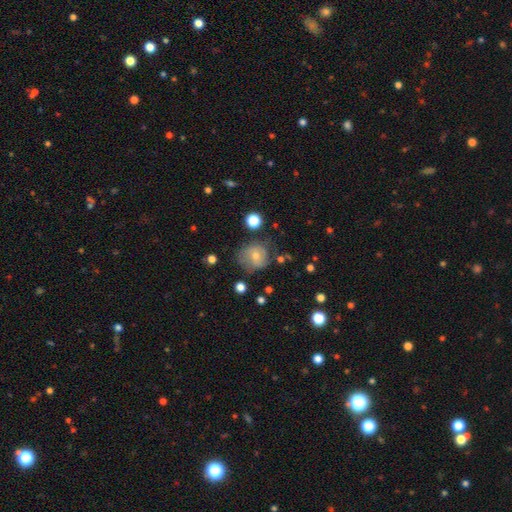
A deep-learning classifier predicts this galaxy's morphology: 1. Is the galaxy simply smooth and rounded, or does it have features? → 61% smooth, 28% featured or disk, 11% star or artifact.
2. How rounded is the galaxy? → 81% round, 18% in between, 1% cigar-shaped.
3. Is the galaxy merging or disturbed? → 59% none, 26% minor disturbance, 12% major disturbance, 3% merger.